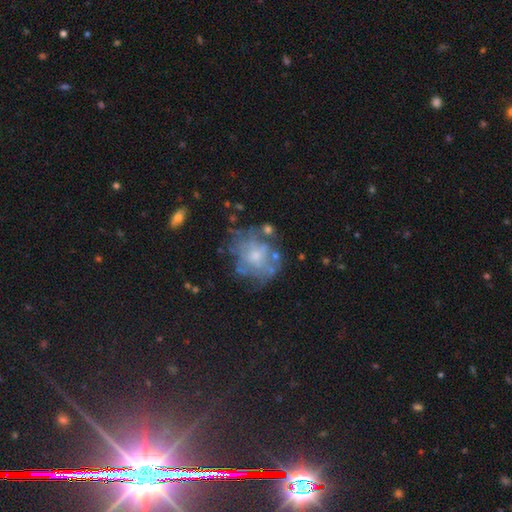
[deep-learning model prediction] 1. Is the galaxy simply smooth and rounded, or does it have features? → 57% featured or disk, 31% smooth, 12% star or artifact.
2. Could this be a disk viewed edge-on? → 97% no, 3% yes.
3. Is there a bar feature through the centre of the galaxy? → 84% no, 13% weak, 3% strong.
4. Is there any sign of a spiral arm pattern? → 69% no, 31% yes.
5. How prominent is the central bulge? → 51% small, 37% moderate, 7% none, 3% large, 1% dominant.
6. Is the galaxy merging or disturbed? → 54% none, 22% minor disturbance, 17% major disturbance, 7% merger.